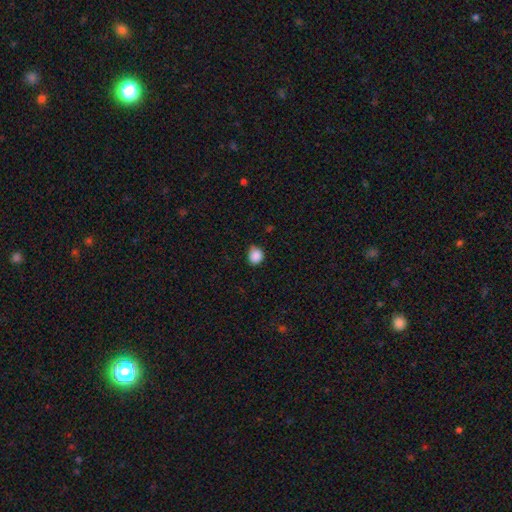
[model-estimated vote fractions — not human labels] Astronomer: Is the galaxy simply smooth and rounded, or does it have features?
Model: smooth — 88%.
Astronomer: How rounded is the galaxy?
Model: round — 73%.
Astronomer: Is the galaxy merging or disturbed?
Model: none — 74%.